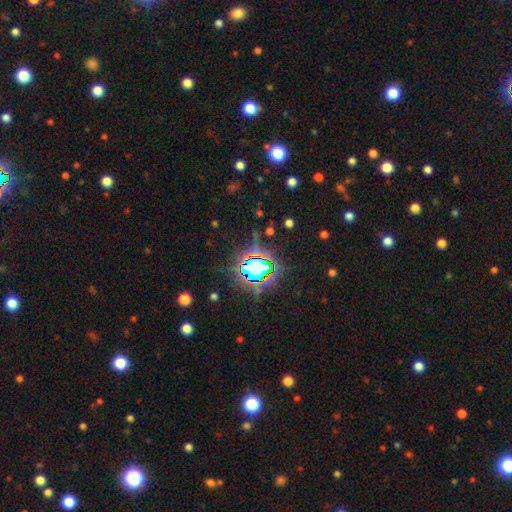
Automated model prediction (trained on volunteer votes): Smooth or featured: star or artifact — 69% (smooth — 20%)